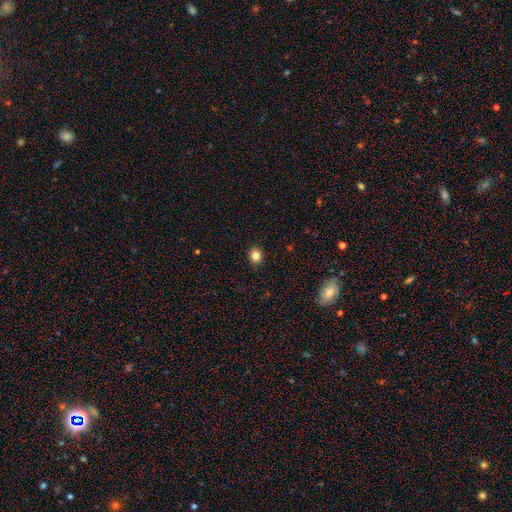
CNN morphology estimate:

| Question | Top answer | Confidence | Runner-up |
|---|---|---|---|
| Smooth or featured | smooth | 84% | star or artifact (11%) |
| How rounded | round | 66% | in between (33%) |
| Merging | none | 91% | minor disturbance (7%) |